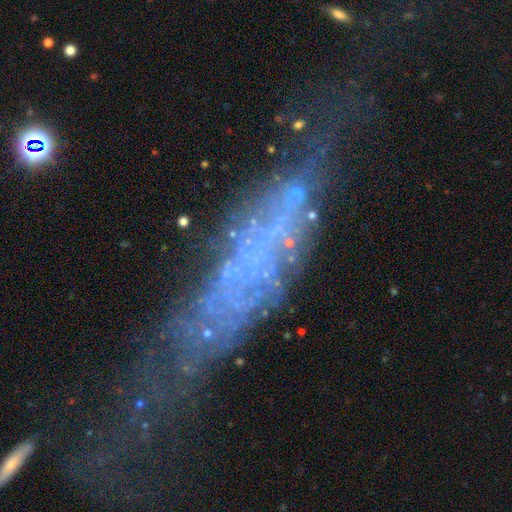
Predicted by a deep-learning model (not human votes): A featured or disk galaxy (62%) viewed edge-on (57%). Merging: none (42%).